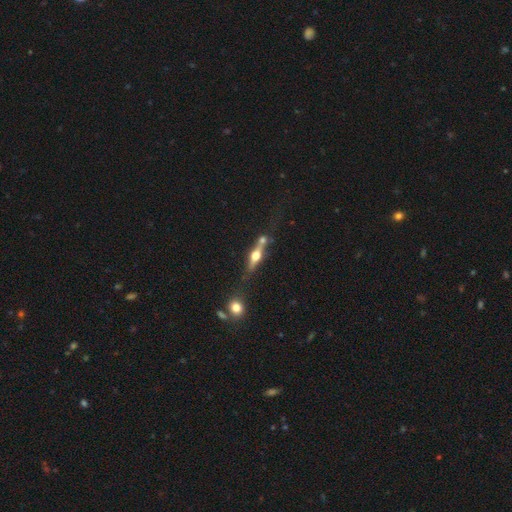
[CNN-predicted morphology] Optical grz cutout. It shows a featured or disk galaxy (66%) viewed edge-on (92%) with a rounded central bulge (95%). Merging: none (58%).